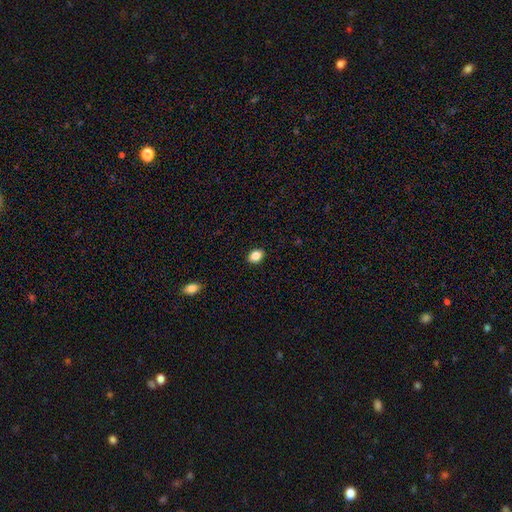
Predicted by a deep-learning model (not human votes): smooth-or-featured: smooth: 86% | star or artifact: 9% | featured or disk: 5%
  how-rounded: in between: 70% | round: 29% | cigar-shaped: 1%
  merging: none: 89% | minor disturbance: 8% | major disturbance: 2% | merger: 1%